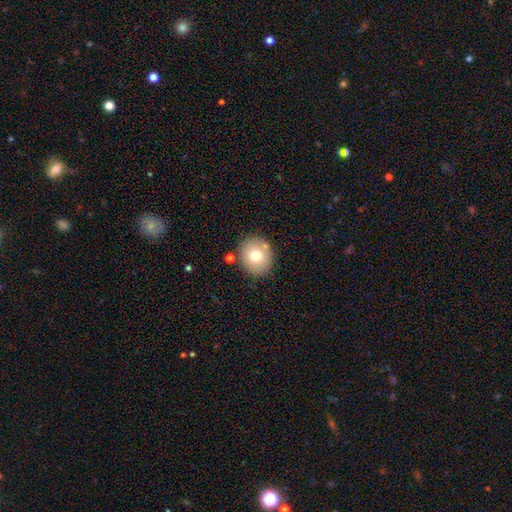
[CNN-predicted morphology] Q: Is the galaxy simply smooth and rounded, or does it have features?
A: smooth — 73%.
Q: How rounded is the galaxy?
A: round — 75%.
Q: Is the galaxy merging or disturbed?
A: none — 81%.